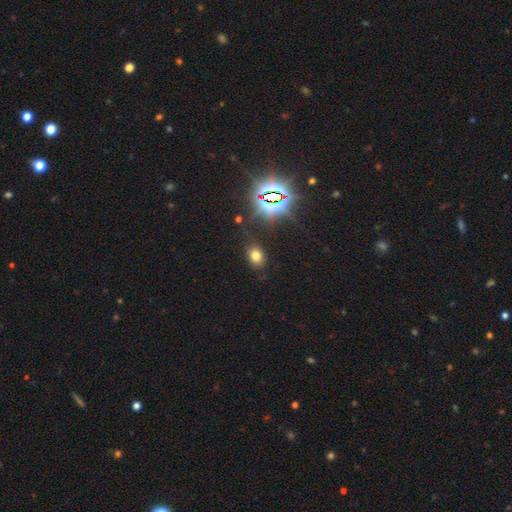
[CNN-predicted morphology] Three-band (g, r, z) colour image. It shows a smooth galaxy with no disk features (67%) that is in between round and cigar-shaped (65%). Merging: none (84%).